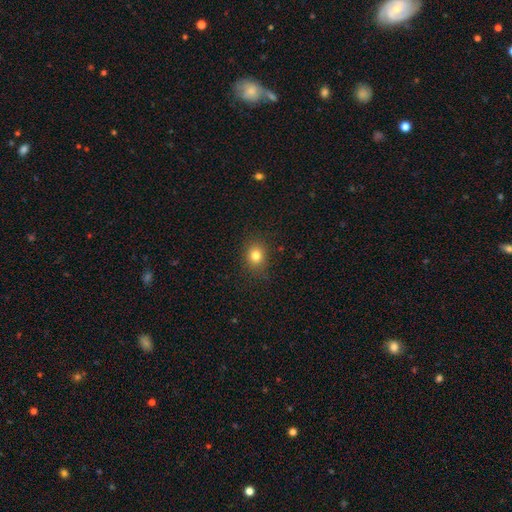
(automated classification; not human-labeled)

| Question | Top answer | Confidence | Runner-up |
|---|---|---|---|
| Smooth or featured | smooth | 80% | star or artifact (13%) |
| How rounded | round | 68% | in between (31%) |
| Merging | none | 86% | minor disturbance (10%) |